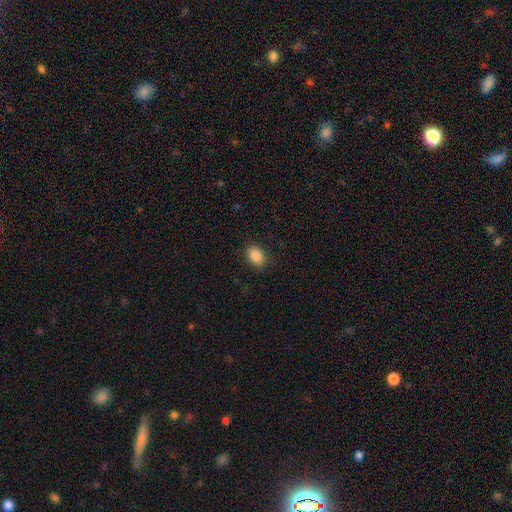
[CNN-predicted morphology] The model was most divided on "how rounded": in between: 79%, round: 20%, cigar-shaped: 1%. More confident: merging — none (88%); smooth or featured — smooth (87%).